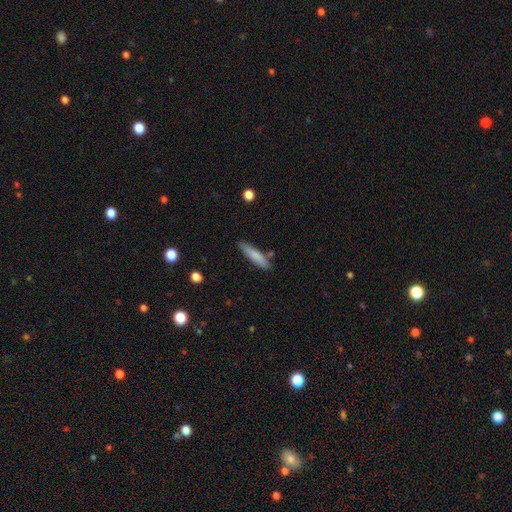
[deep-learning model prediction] smooth_or_featured: smooth (p=0.79) [alt: featured or disk p=0.15]
how_rounded: cigar-shaped (p=0.83) [alt: in between p=0.15]
merging: none (p=0.80) [alt: minor disturbance p=0.13]